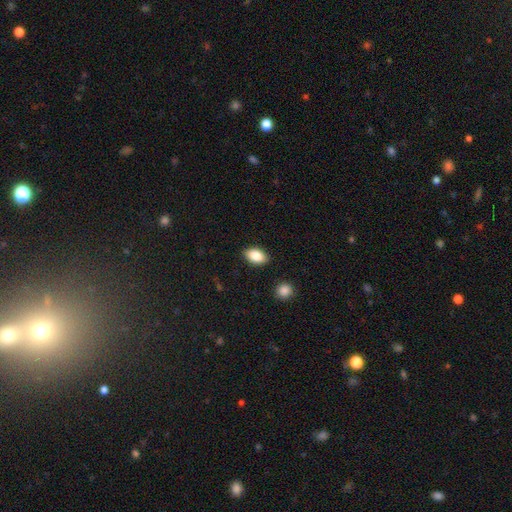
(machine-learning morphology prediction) smooth_or_featured: smooth (p=0.86) [alt: star or artifact p=0.07]
how_rounded: in between (p=0.91) [alt: round p=0.07]
merging: none (p=0.87) [alt: minor disturbance p=0.09]